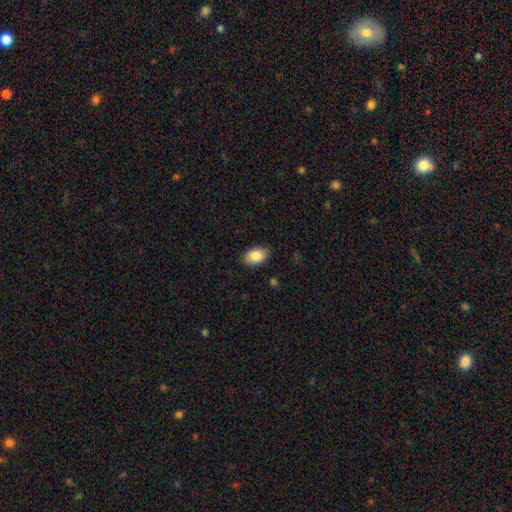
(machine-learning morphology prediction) smooth 87%, star or artifact 7%, featured or disk 6%. Down the decision tree: how rounded — in between (89%); merging — none (87%).